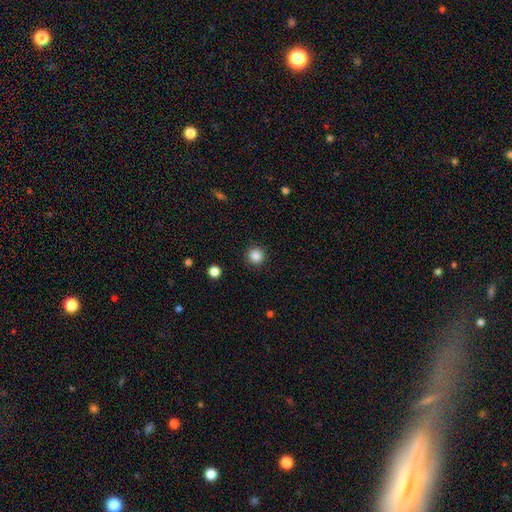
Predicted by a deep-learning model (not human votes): Morphology: type=smooth (86%); roundness=round (96%); merging=none (92%).